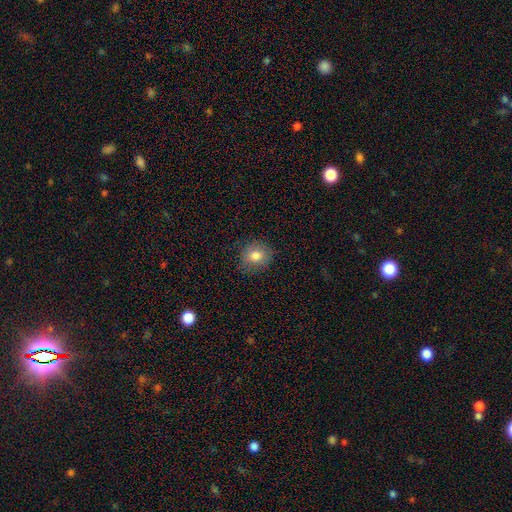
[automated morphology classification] Q: Smooth or featured?
A: smooth (81%); runner-up: star or artifact (10%)
Q: How rounded?
A: round (72%); runner-up: in between (27%)
Q: Merging?
A: none (83%); runner-up: minor disturbance (13%)